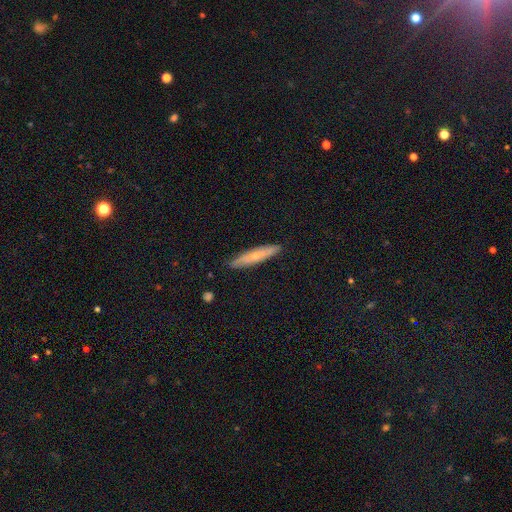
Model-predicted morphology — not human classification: The model was most divided on "smooth or featured": smooth: 55%, featured or disk: 39%, star or artifact: 6%. More confident: merging — none (87%); how rounded — cigar-shaped (86%).